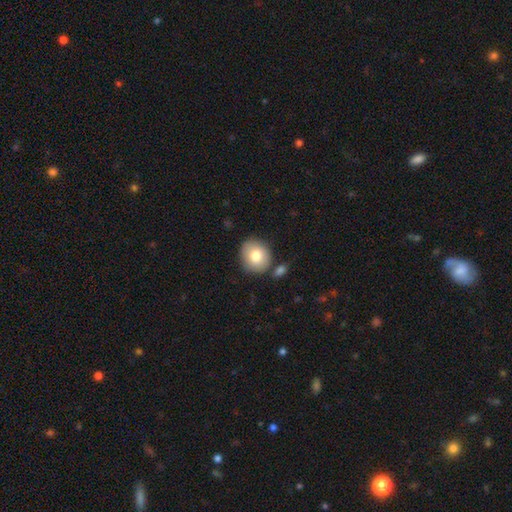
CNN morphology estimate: Smooth or featured: smooth — 79% (featured or disk — 13%)
How rounded: round — 82% (in between — 17%)
Merging: none — 77% (minor disturbance — 11%)